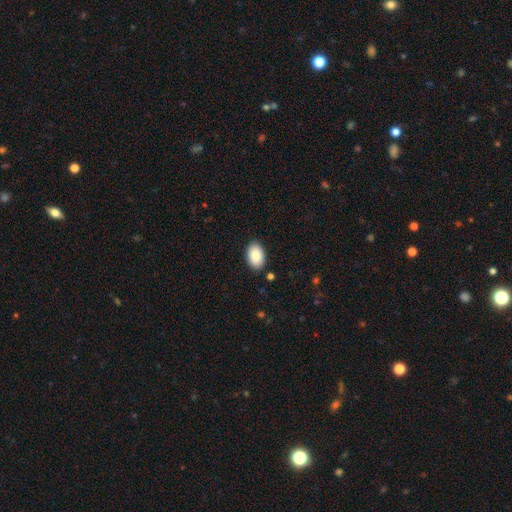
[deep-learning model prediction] smooth-or-featured: smooth: 86% | featured or disk: 7% | star or artifact: 7%
  how-rounded: in between: 92% | round: 7% | cigar-shaped: 1%
  merging: none: 89% | minor disturbance: 8% | major disturbance: 2% | merger: 1%